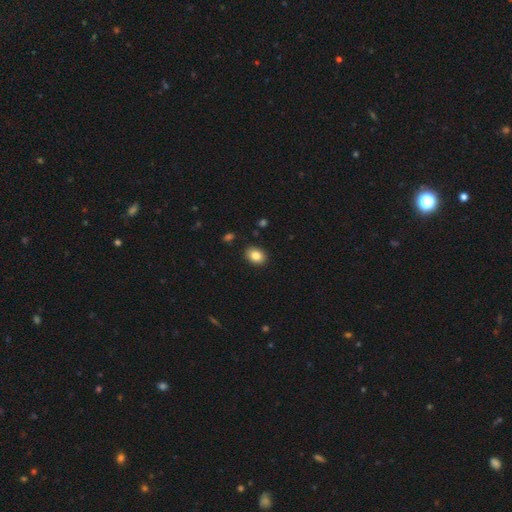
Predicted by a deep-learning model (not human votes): Smooth or featured?
  - smooth: 85% *
  - star or artifact: 9%
  - featured or disk: 7%
How rounded?
  - in between: 64% *
  - round: 35%
  - cigar-shaped: 1%
Merging?
  - none: 89% *
  - minor disturbance: 8%
  - major disturbance: 2%
  - merger: 1%